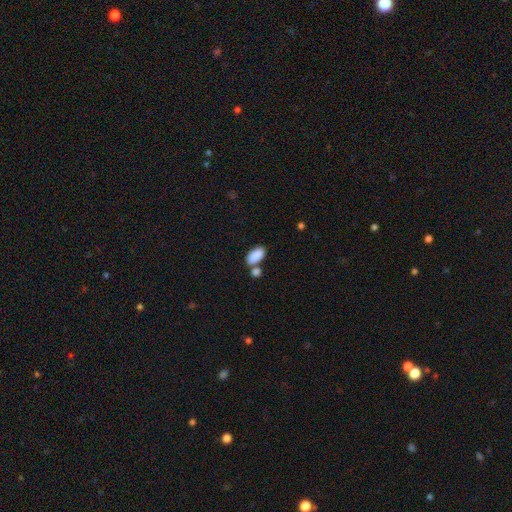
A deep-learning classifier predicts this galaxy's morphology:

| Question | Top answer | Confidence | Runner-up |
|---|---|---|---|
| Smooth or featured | smooth | 87% | star or artifact (7%) |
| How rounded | in between | 93% | cigar-shaped (3%) |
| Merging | none | 51% | merger (32%) |